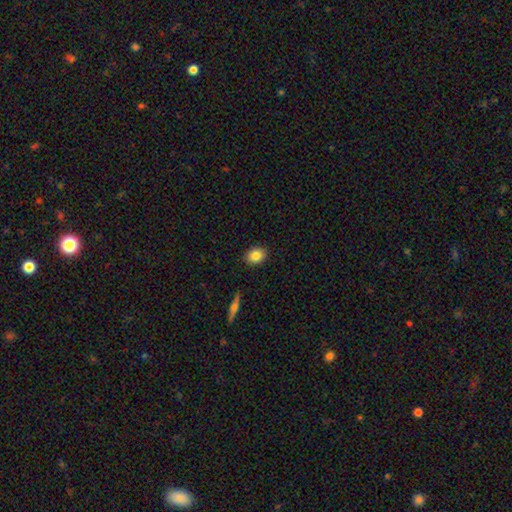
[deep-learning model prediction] Overall: smooth (84%). How rounded: in between (57%; round 41%). Merging: none (89%).